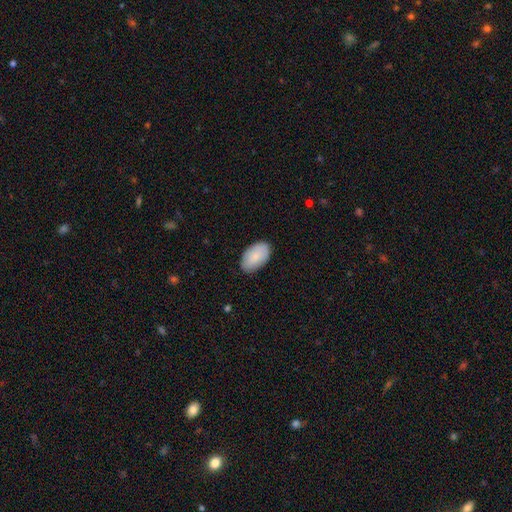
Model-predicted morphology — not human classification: The model was most divided on "merging": none: 84%, minor disturbance: 13%, major disturbance: 2%, merger: 1%. More confident: how rounded — in between (95%); smooth or featured — smooth (85%).